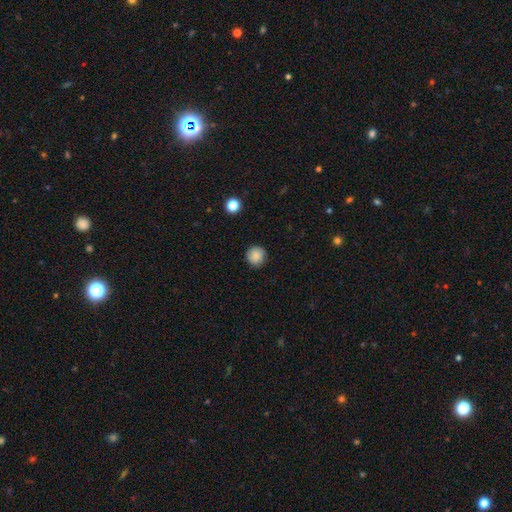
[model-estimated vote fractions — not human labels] This appears to be a smooth galaxy with no disk features (86%) that is round (94%). Merging: none (89%).